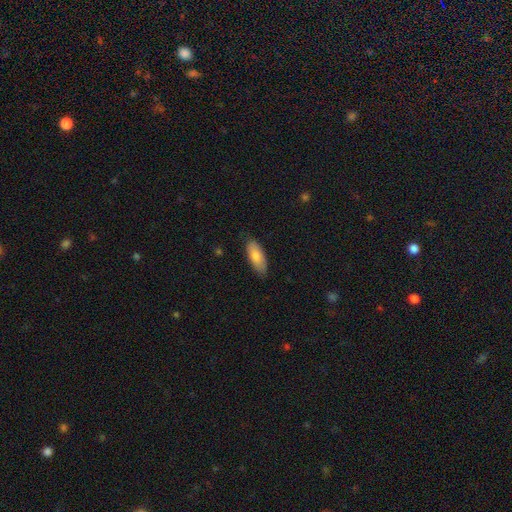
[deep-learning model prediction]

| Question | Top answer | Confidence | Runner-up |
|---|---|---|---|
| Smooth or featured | smooth | 80% | featured or disk (14%) |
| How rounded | in between | 79% | cigar-shaped (20%) |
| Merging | none | 82% | minor disturbance (15%) |